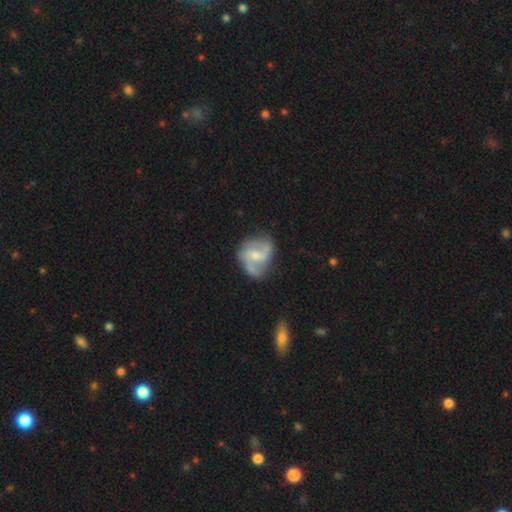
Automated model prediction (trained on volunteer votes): featured or disk 79%, smooth 15%, star or artifact 6%. Down the decision tree: edge-on disk — no (98%); bar — weak (48%); spiral arms — yes (93%); spiral arm count — 2 (75%); spiral winding — medium (46%); bulge size — small (54%); merging — none (61%).